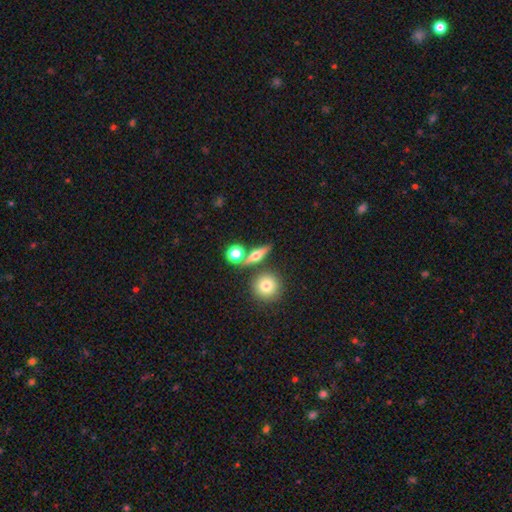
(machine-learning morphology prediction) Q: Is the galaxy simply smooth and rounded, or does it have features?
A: smooth — 45%.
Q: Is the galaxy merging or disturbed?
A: none — 75%.